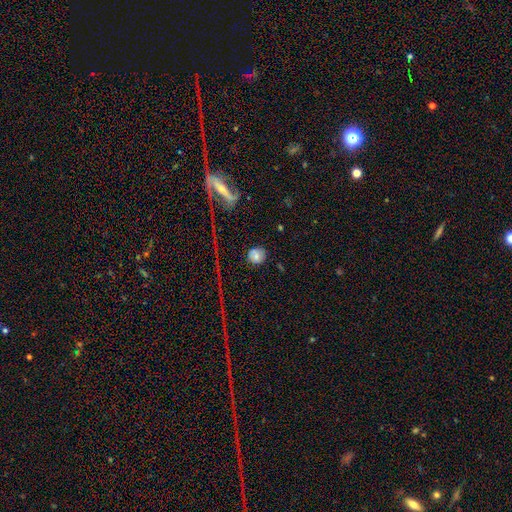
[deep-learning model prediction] Smooth or featured? smooth (65%)
How rounded? round (88%)
Merging? none (82%)